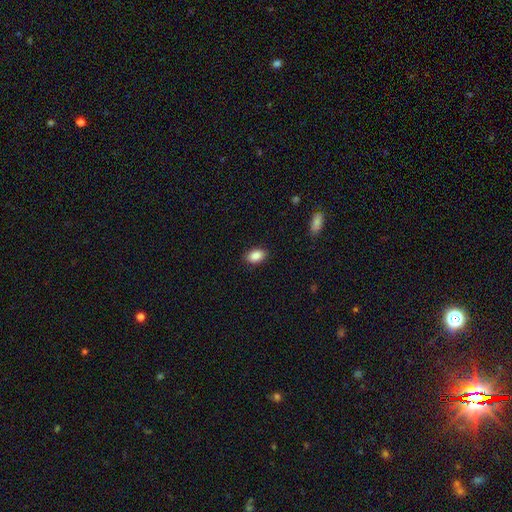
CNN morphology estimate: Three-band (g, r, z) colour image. It shows a smooth galaxy with no disk features (88%) that is in between round and cigar-shaped (89%). Merging: none (88%).